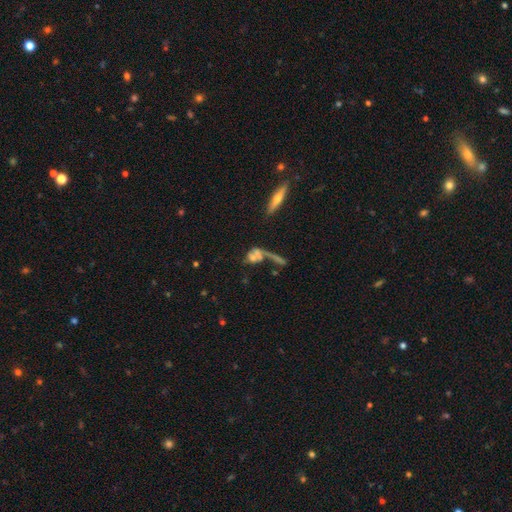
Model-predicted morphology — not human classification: A smooth galaxy with no disk features (48%).

Vote fractions:
- Smooth or featured? smooth: 48% / featured or disk: 37% / star or artifact: 15%
- Merging? merger: 42% / none: 30% / major disturbance: 17% / minor disturbance: 11%